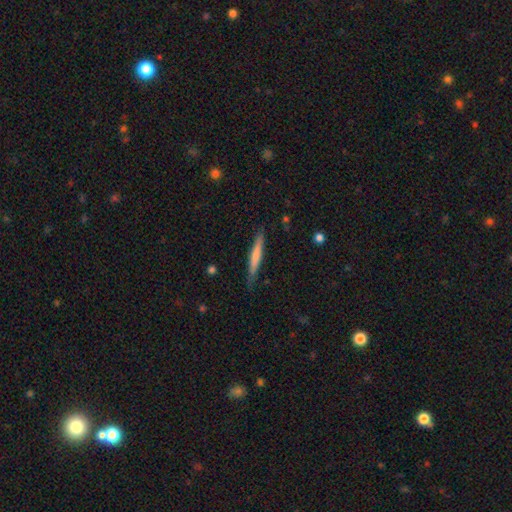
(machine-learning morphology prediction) A smooth galaxy with no disk features (58%) that is cigar-shaped (94%).

Vote fractions:
- Smooth or featured? smooth: 58% / featured or disk: 37% / star or artifact: 6%
- How rounded? cigar-shaped: 94% / in between: 4% / round: 1%
- Merging? none: 82% / minor disturbance: 14% / major disturbance: 2% / merger: 1%